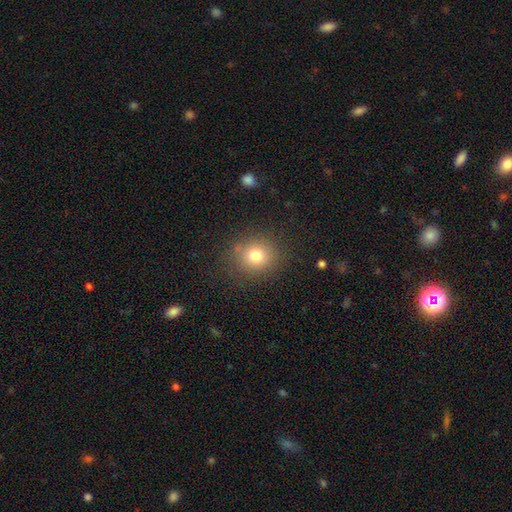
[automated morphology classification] The model was most divided on "smooth or featured": smooth: 77%, star or artifact: 14%, featured or disk: 9%. More confident: merging — none (84%); how rounded — round (83%).